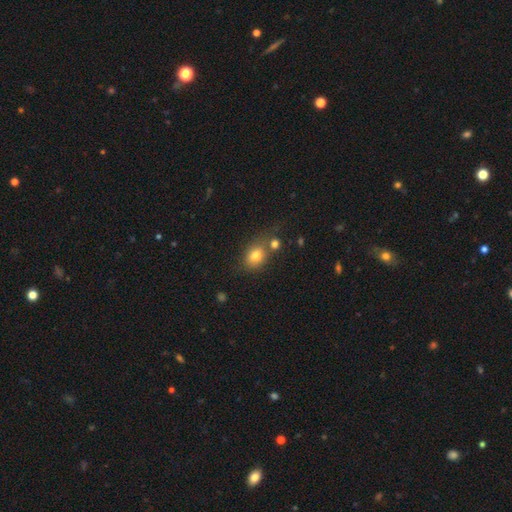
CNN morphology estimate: type=smooth (78%); roundness=in between (52%); merging=none (55%).